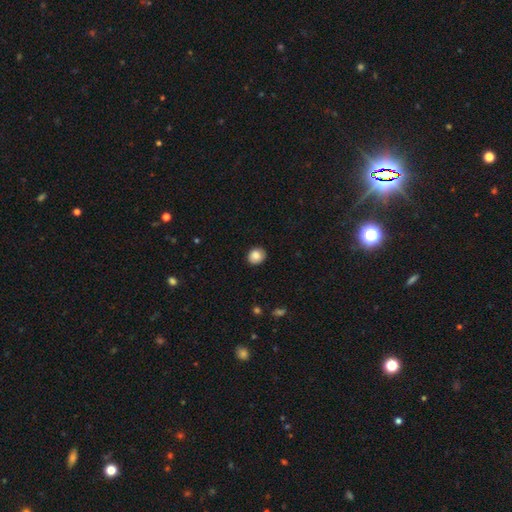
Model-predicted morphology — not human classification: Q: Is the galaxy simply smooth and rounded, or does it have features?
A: smooth — 86%.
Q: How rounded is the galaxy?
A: round — 73%.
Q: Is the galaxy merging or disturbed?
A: none — 87%.